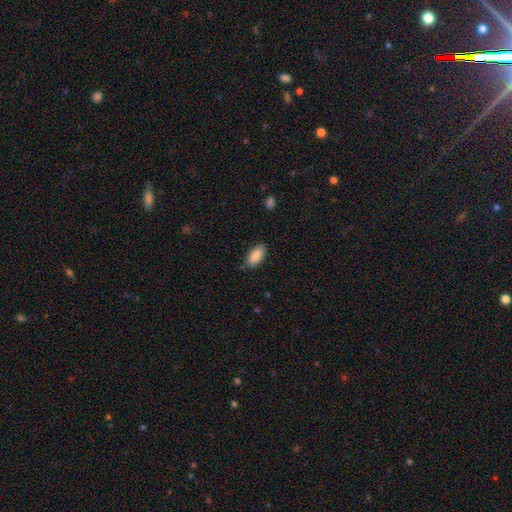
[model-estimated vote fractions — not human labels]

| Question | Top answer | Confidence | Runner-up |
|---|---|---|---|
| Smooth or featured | smooth | 88% | star or artifact (7%) |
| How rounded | in between | 92% | cigar-shaped (5%) |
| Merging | none | 83% | minor disturbance (13%) |